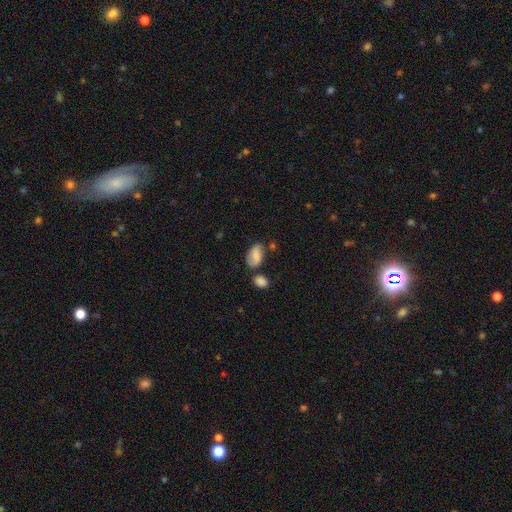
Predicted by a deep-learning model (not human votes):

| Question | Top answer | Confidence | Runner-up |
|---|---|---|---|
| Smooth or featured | smooth | 72% | featured or disk (19%) |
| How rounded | in between | 91% | round (7%) |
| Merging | none | 53% | minor disturbance (24%) |